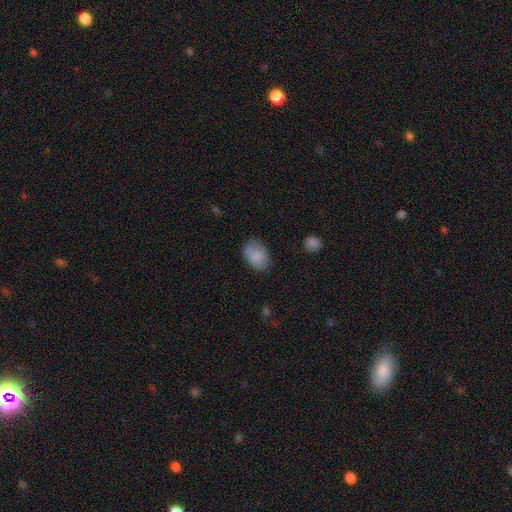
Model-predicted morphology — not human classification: A smooth galaxy with no disk features (83%) that is in between round and cigar-shaped (82%).

Vote fractions:
- Smooth or featured? smooth: 83% / featured or disk: 9% / star or artifact: 8%
- How rounded? in between: 82% / round: 16% / cigar-shaped: 1%
- Merging? none: 73% / minor disturbance: 20% / major disturbance: 5% / merger: 2%